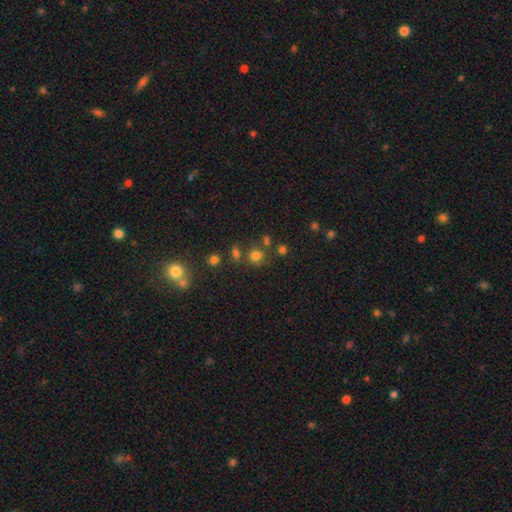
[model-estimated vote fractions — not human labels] smooth-or-featured: smooth: 72% | star or artifact: 20% | featured or disk: 8%
  how-rounded: round: 86% | in between: 13% | cigar-shaped: 1%
  merging: none: 69% | merger: 16% | minor disturbance: 10% | major disturbance: 5%